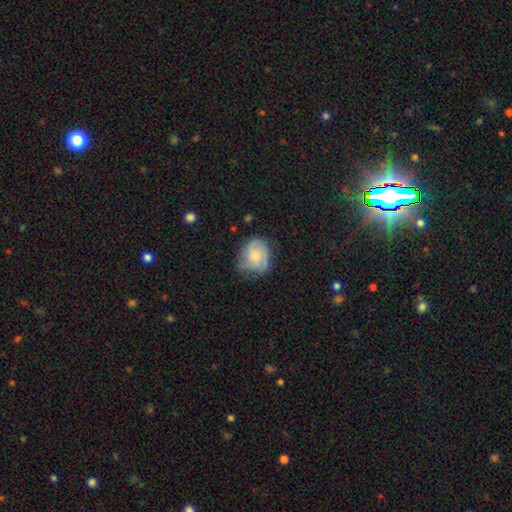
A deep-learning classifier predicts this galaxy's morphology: smooth-or-featured: featured or disk: 51% | smooth: 41% | star or artifact: 8%
  disk-edge-on: no: 98% | yes: 2%
  merging: none: 64% | minor disturbance: 25% | major disturbance: 9% | merger: 2%